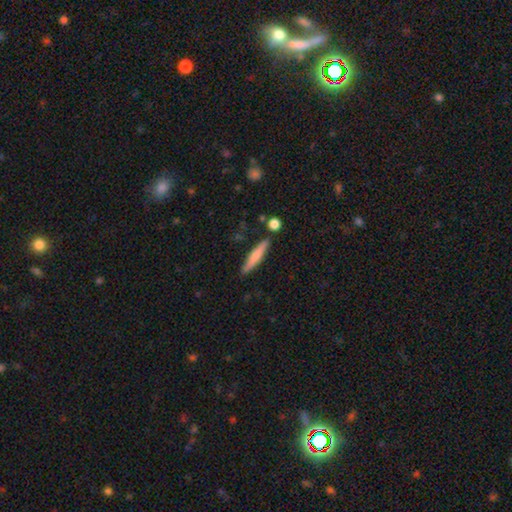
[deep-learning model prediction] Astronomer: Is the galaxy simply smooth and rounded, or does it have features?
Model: smooth — 69%.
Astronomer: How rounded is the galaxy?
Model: cigar-shaped — 90%.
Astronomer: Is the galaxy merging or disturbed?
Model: none — 83%.